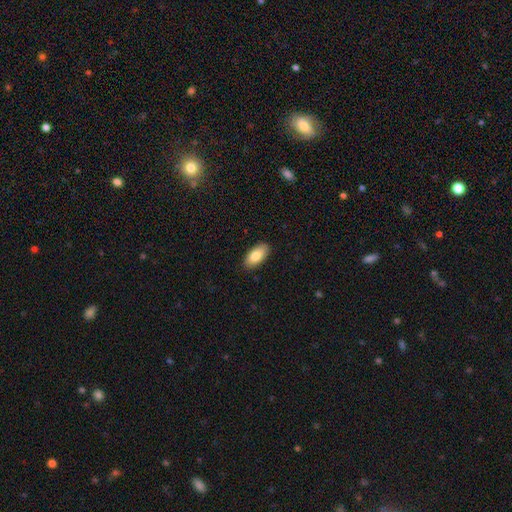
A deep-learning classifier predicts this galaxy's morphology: A smooth galaxy with no disk features (85%) that is in between round and cigar-shaped (93%).

Vote fractions:
- Smooth or featured? smooth: 85% / featured or disk: 9% / star or artifact: 6%
- How rounded? in between: 93% / cigar-shaped: 5% / round: 2%
- Merging? none: 88% / minor disturbance: 9% / major disturbance: 2% / merger: 1%